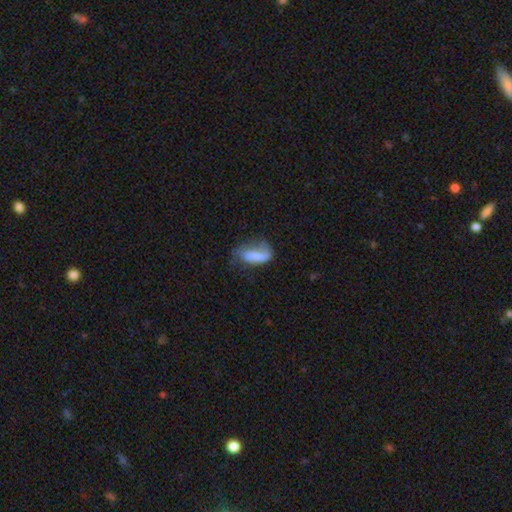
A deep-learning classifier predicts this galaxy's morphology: Smooth or featured? Predicted: smooth (p=0.69). How rounded? Predicted: in between (p=0.75). Merging? Predicted: major disturbance (p=0.33).